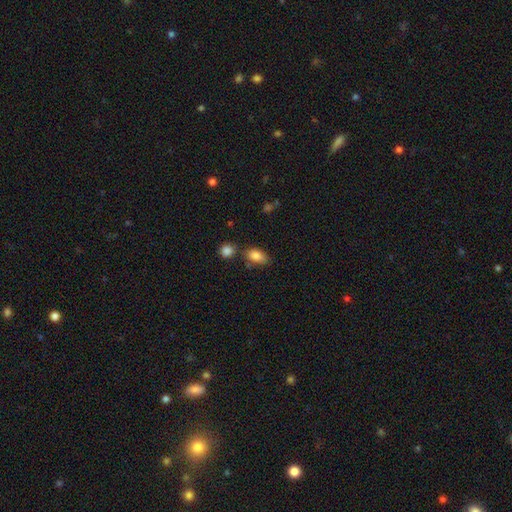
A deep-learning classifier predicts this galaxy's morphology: Smooth or featured? smooth (85%)
How rounded? in between (88%)
Merging? none (66%)